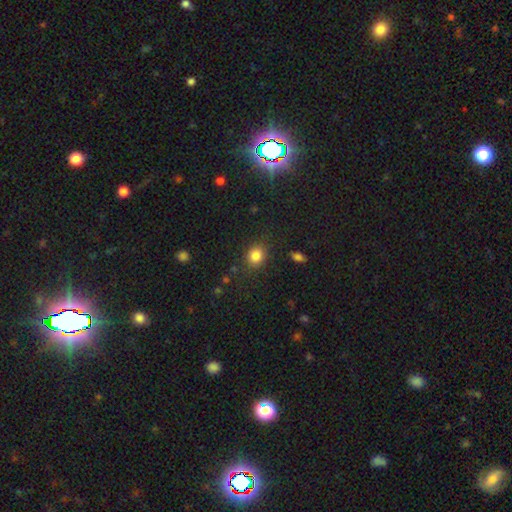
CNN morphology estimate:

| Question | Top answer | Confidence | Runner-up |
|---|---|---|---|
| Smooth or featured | smooth | 84% | star or artifact (11%) |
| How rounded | round | 68% | in between (31%) |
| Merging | none | 84% | minor disturbance (10%) |